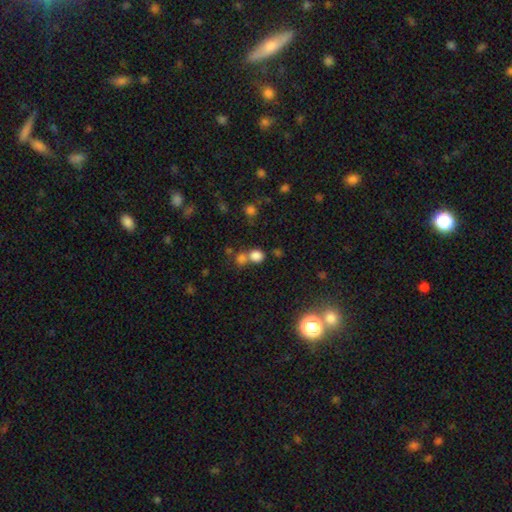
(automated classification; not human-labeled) A smooth galaxy with no disk features (78%) that is round (71%).

Vote fractions:
- Smooth or featured? smooth: 78% / star or artifact: 15% / featured or disk: 6%
- How rounded? round: 71% / in between: 27% / cigar-shaped: 1%
- Merging? none: 52% / merger: 36% / minor disturbance: 8% / major disturbance: 4%